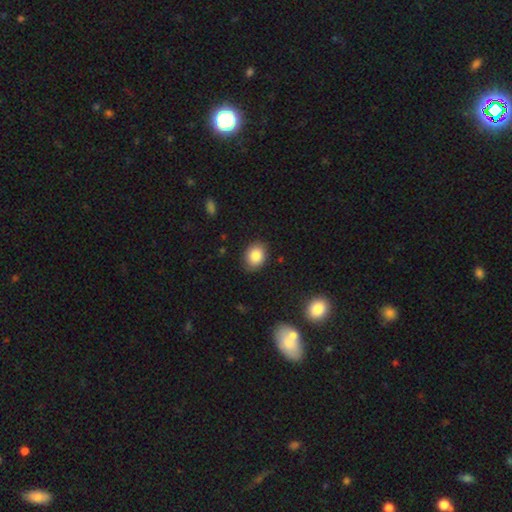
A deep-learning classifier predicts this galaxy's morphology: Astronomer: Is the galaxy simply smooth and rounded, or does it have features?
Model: smooth — 84%.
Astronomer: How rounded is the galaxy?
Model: in between — 56% (runner-up: round, 43%).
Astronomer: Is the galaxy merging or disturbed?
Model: none — 83%.